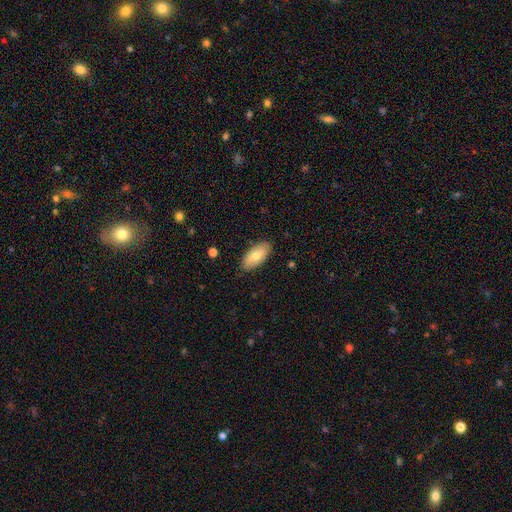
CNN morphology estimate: smooth_or_featured: smooth (p=0.73) [alt: featured or disk p=0.20]
how_rounded: in between (p=0.90) [alt: cigar-shaped p=0.07]
merging: none (p=0.86) [alt: minor disturbance p=0.11]